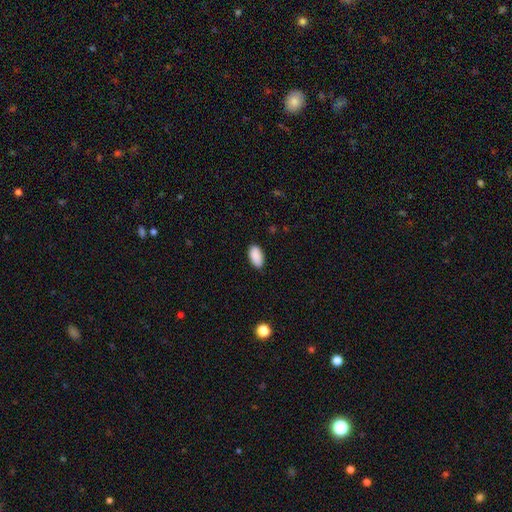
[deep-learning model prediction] Smooth or featured?
  - smooth: 90% *
  - star or artifact: 7%
  - featured or disk: 3%
How rounded?
  - in between: 95% *
  - round: 3%
  - cigar-shaped: 2%
Merging?
  - none: 84% *
  - minor disturbance: 13%
  - major disturbance: 2%
  - merger: 1%